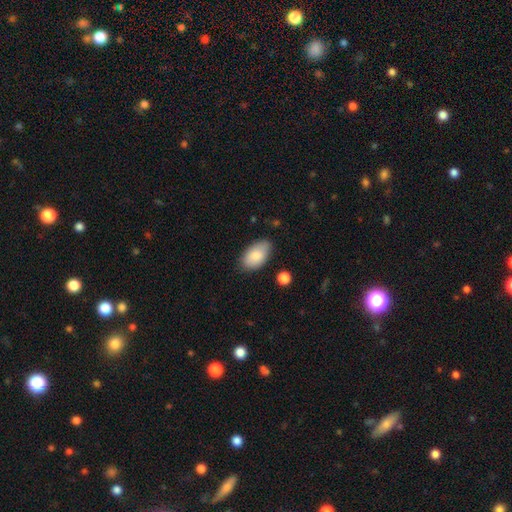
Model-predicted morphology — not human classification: This appears to be a smooth galaxy with no disk features (84%) that is in between round and cigar-shaped (94%). Merging: none (78%).